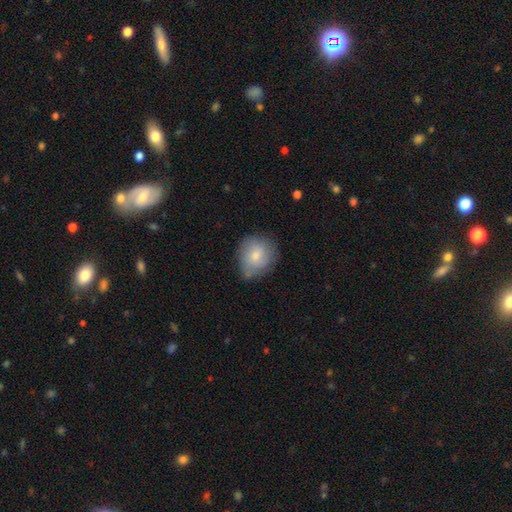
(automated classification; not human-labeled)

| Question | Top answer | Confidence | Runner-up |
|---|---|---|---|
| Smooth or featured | smooth | 74% | featured or disk (19%) |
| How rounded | round | 75% | in between (24%) |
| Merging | none | 63% | minor disturbance (27%) |